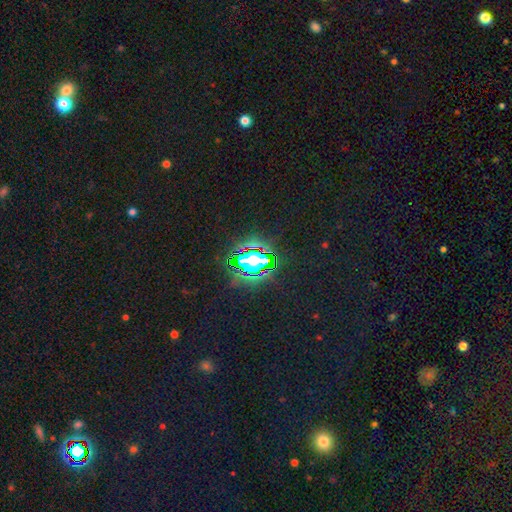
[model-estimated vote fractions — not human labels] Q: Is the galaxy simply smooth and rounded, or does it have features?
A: star or artifact — 81%.